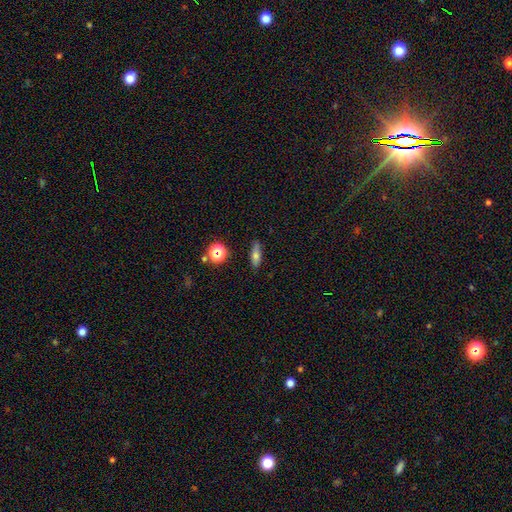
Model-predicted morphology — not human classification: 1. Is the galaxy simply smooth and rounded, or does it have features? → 67% smooth, 22% featured or disk, 12% star or artifact.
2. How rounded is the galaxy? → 53% in between, 41% cigar-shaped, 7% round.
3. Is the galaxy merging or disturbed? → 83% none, 13% minor disturbance, 3% major disturbance, 2% merger.